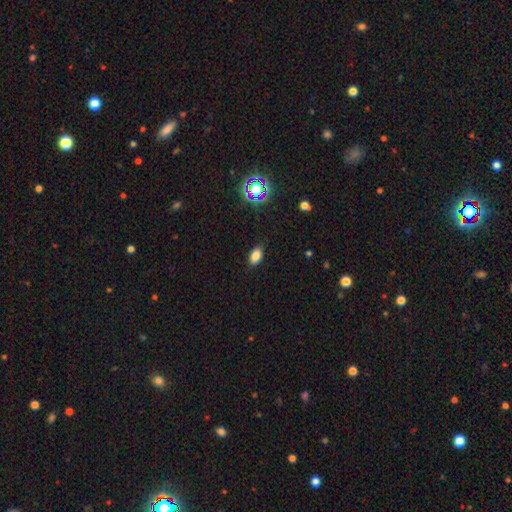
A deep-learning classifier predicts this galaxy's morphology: smooth-or-featured: smooth: 82% | star or artifact: 12% | featured or disk: 6%
  how-rounded: in between: 89% | round: 7% | cigar-shaped: 4%
  merging: none: 86% | minor disturbance: 10% | major disturbance: 2% | merger: 1%